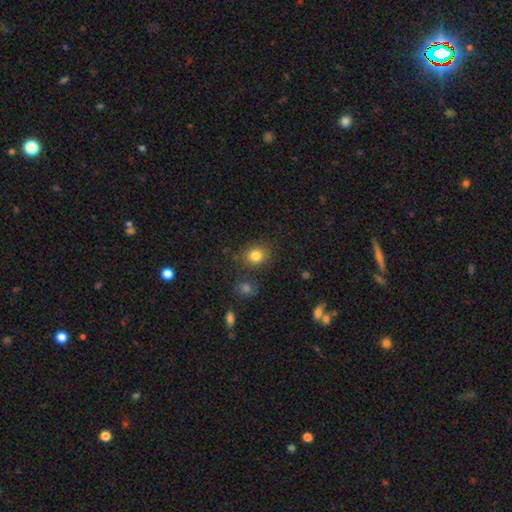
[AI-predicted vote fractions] smooth_or_featured: smooth (p=0.82) [alt: star or artifact p=0.11]
how_rounded: round (p=0.73) [alt: in between p=0.27]
merging: none (p=0.79) [alt: minor disturbance p=0.11]